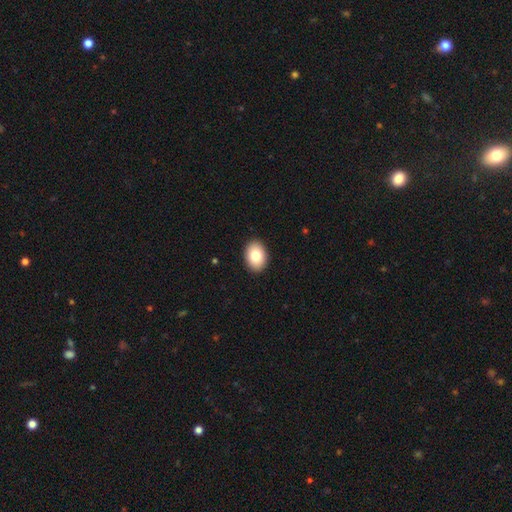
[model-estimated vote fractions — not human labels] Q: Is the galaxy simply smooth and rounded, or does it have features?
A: smooth — 82%.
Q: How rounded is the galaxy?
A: in between — 79%.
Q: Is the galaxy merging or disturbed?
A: none — 91%.